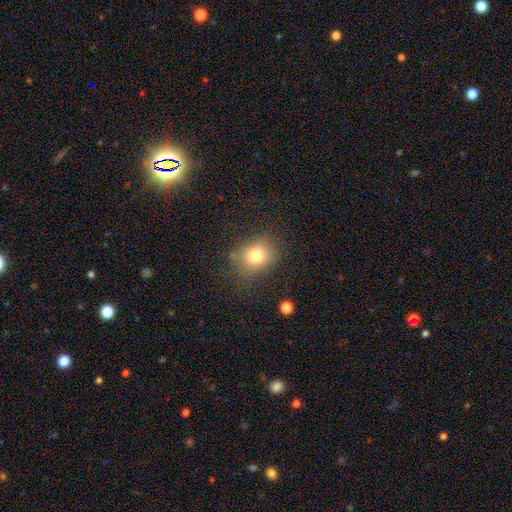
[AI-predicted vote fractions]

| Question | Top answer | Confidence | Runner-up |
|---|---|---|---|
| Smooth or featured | smooth | 77% | star or artifact (13%) |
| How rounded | round | 56% | in between (43%) |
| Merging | none | 76% | minor disturbance (16%) |